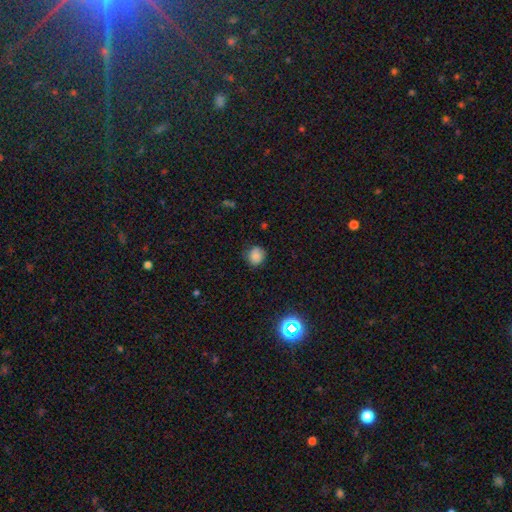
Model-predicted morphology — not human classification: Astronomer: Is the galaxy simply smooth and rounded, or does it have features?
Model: smooth — 82%.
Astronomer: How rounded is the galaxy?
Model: round — 83%.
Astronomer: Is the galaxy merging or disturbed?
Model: none — 78%.